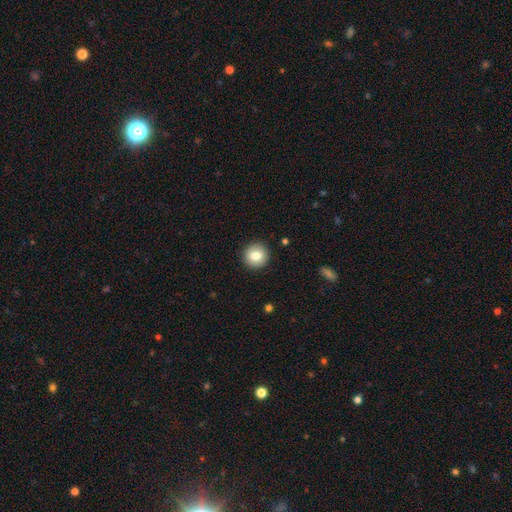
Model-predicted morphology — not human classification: Smooth or featured?
  - smooth: 80% *
  - featured or disk: 11%
  - star or artifact: 9%
How rounded?
  - round: 95% *
  - in between: 4%
  - cigar-shaped: 1%
Merging?
  - none: 92% *
  - minor disturbance: 5%
  - major disturbance: 2%
  - merger: 1%